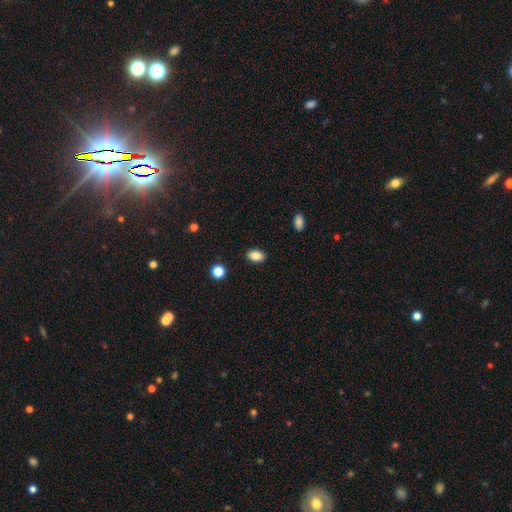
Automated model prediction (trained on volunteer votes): Smooth or featured?
  - smooth: 87% *
  - star or artifact: 9%
  - featured or disk: 4%
How rounded?
  - in between: 88% *
  - round: 11%
  - cigar-shaped: 2%
Merging?
  - none: 89% *
  - minor disturbance: 8%
  - major disturbance: 2%
  - merger: 1%